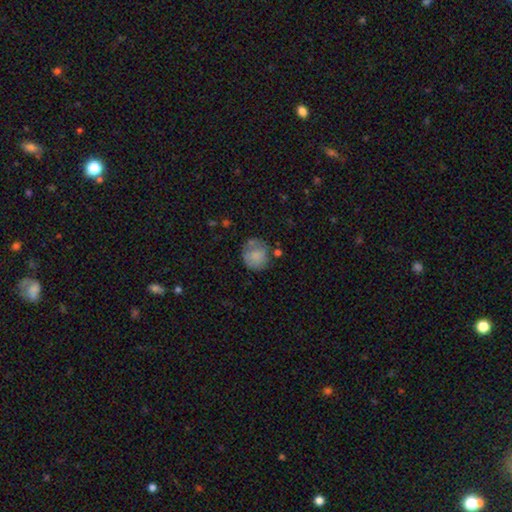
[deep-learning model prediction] Smooth or featured? Predicted: smooth (p=0.73). How rounded? Predicted: round (p=0.85). Merging? Predicted: none (p=0.57).